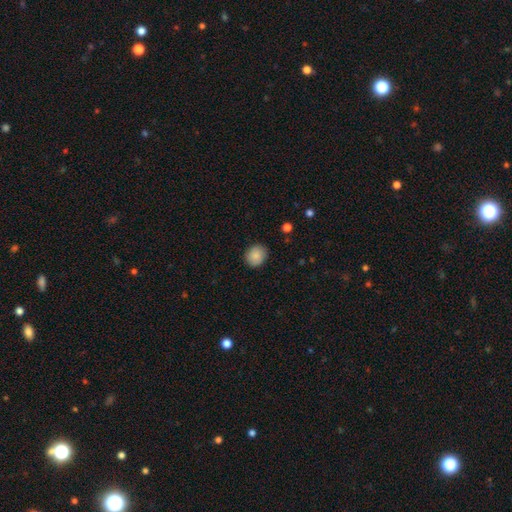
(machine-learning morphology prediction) smooth 86%, star or artifact 8%, featured or disk 7%. Down the decision tree: how rounded — round (72%); merging — none (86%).